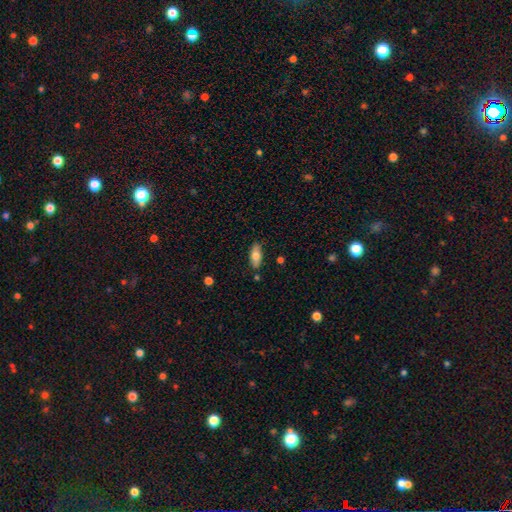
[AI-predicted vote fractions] smooth-or-featured: smooth: 73% | featured or disk: 21% | star or artifact: 7%
  how-rounded: in between: 81% | cigar-shaped: 16% | round: 3%
  merging: none: 82% | minor disturbance: 12% | merger: 3% | major disturbance: 2%